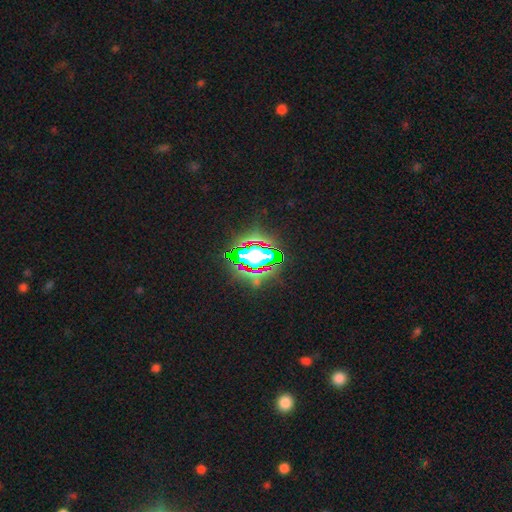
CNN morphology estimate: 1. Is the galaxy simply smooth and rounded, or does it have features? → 78% star or artifact, 12% smooth, 10% featured or disk.